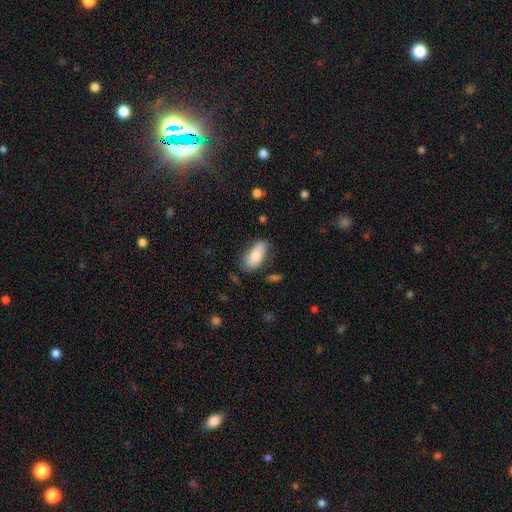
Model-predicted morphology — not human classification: This is likely a smooth galaxy (74%). How rounded: clearly in between (91%). Merging: likely none (65%).